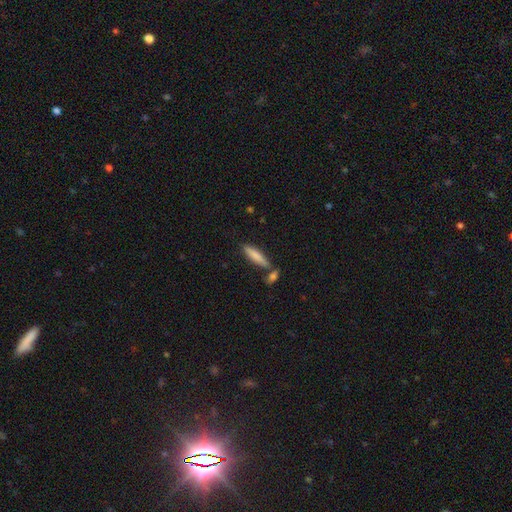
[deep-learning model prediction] smooth-or-featured: smooth: 78% | featured or disk: 16% | star or artifact: 6%
  how-rounded: cigar-shaped: 79% | in between: 19% | round: 2%
  merging: none: 71% | merger: 14% | minor disturbance: 12% | major disturbance: 3%